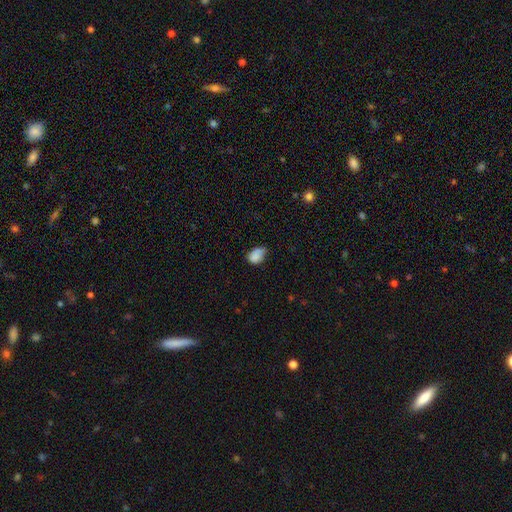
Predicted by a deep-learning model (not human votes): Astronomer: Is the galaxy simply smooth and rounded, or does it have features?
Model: smooth — 83%.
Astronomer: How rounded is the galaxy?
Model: in between — 77%.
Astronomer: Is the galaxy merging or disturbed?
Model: none — 44% (runner-up: minor disturbance, 42%).